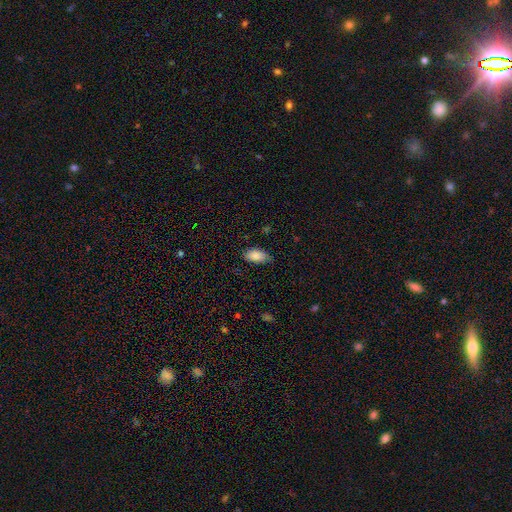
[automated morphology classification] Overall: smooth (87%). How rounded: in between (93%). Merging: none (68%).